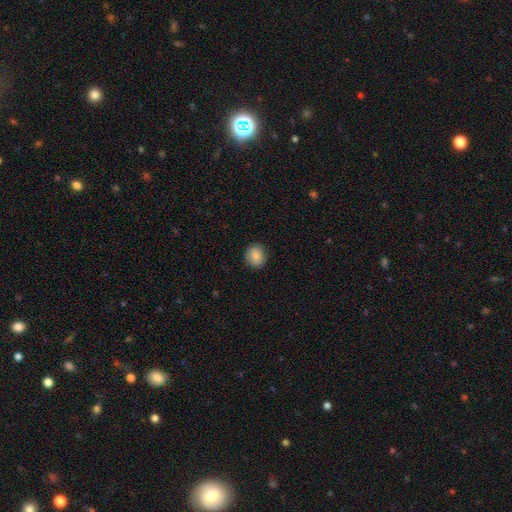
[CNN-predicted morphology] smooth 87%, star or artifact 8%, featured or disk 5%. Down the decision tree: how rounded — round (69%); merging — none (88%).